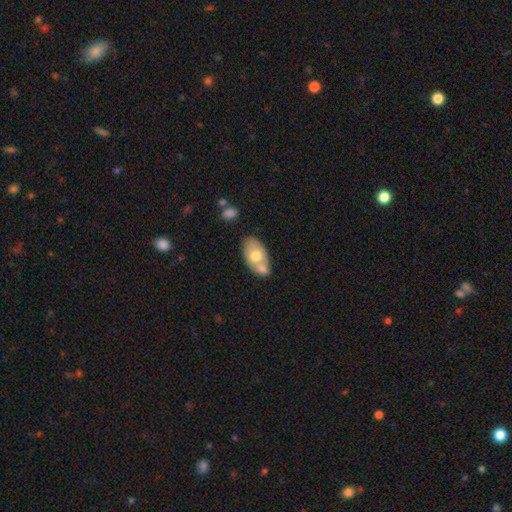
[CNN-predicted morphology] smooth 63%, featured or disk 31%, star or artifact 6%. Down the decision tree: how rounded — in between (91%); merging — merger (44%).